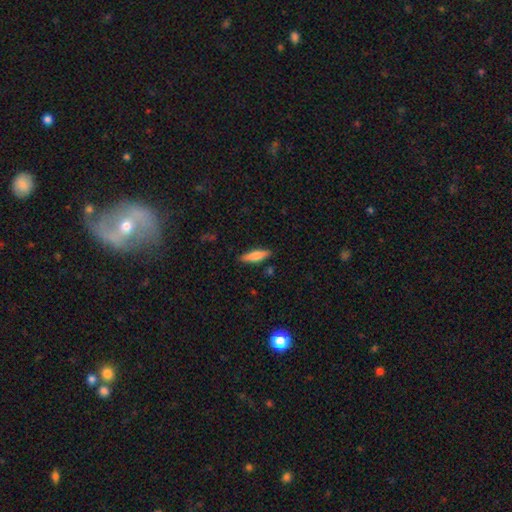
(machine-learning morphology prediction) Overall: smooth (72%). How rounded: cigar-shaped (66%; in between 32%). Merging: none (87%).